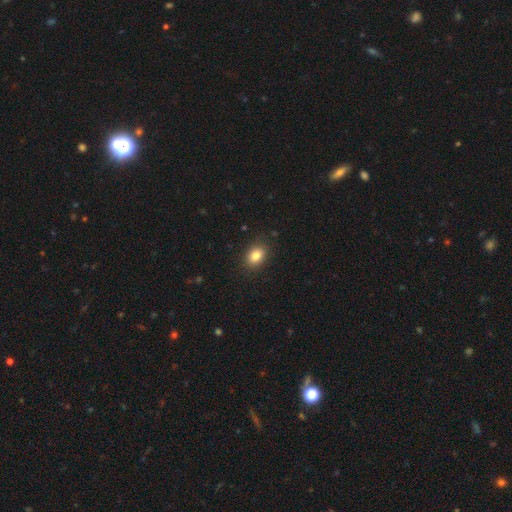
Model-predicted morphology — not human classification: Smooth or featured? Predicted: smooth (p=0.84). How rounded? Predicted: in between (p=0.76). Merging? Predicted: none (p=0.87).